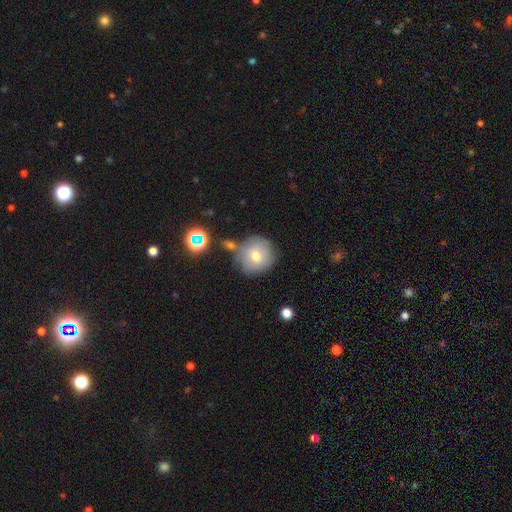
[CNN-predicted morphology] smooth 69%, featured or disk 19%, star or artifact 12%. Down the decision tree: how rounded — round (94%); merging — none (68%).